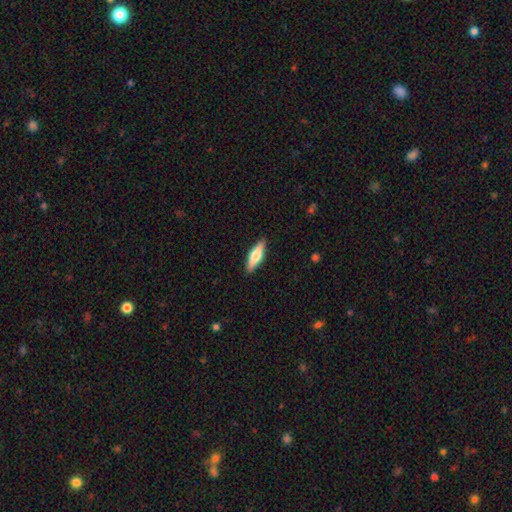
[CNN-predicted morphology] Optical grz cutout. It shows a smooth galaxy with no disk features (57%) that is cigar-shaped (56%). Merging: none (89%).